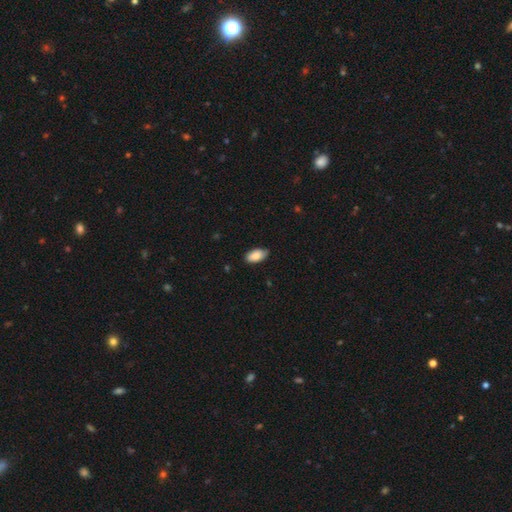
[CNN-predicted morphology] smooth_or_featured: smooth (p=0.85) [alt: featured or disk p=0.09]
how_rounded: in between (p=0.94) [alt: cigar-shaped p=0.03]
merging: none (p=0.82) [alt: minor disturbance p=0.15]